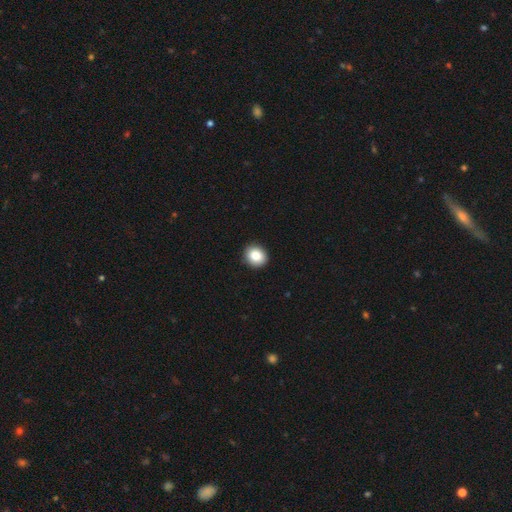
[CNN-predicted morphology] A smooth galaxy with no disk features (85%) that is round (80%). Merging: none (92%).